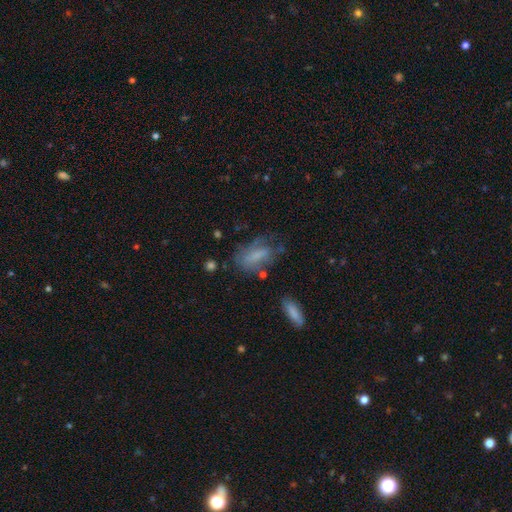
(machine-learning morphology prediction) smooth_or_featured: smooth (p=0.59) [alt: featured or disk p=0.31]
how_rounded: in between (p=0.78) [alt: cigar-shaped p=0.17]
merging: none (p=0.47) [alt: minor disturbance p=0.27]